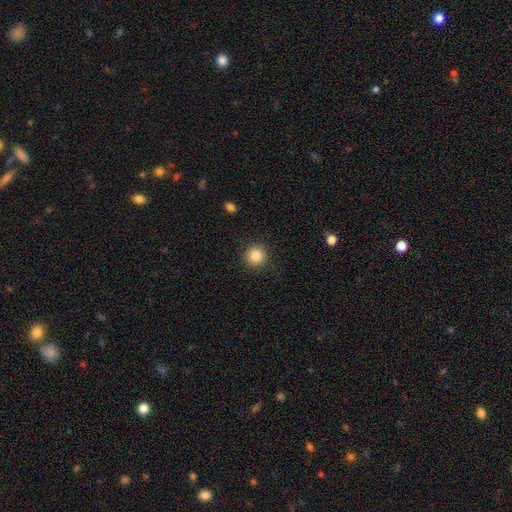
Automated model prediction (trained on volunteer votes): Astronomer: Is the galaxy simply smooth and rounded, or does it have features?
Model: smooth — 85%.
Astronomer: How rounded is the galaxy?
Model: round — 94%.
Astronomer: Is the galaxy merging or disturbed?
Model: none — 91%.